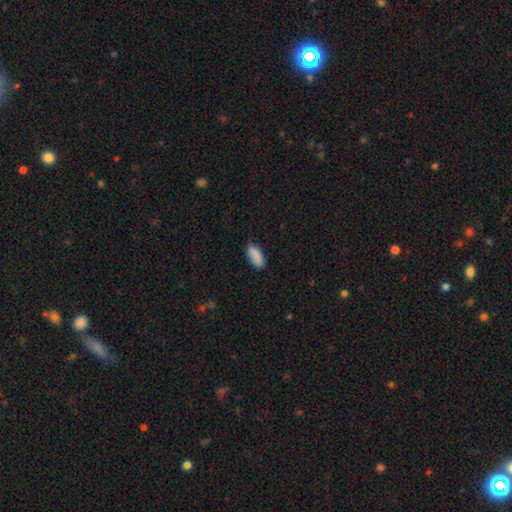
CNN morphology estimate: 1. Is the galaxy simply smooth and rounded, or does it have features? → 89% smooth, 7% star or artifact, 4% featured or disk.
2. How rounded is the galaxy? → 83% in between, 16% cigar-shaped, 2% round.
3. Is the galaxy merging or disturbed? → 81% none, 16% minor disturbance, 3% major disturbance, 1% merger.